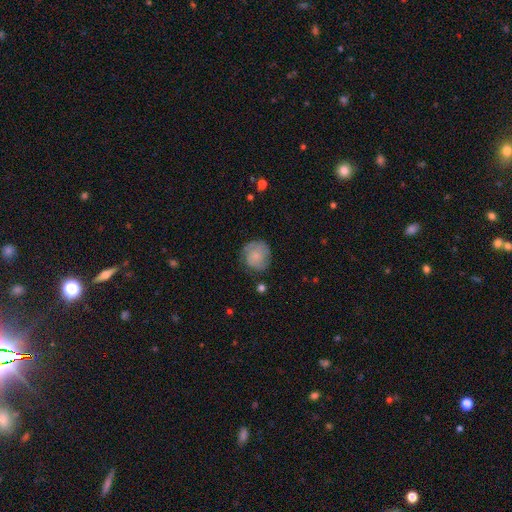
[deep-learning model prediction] The model was most divided on "smooth or featured": smooth: 60%, featured or disk: 32%, star or artifact: 8%. More confident: how rounded — round (87%); merging — none (67%).